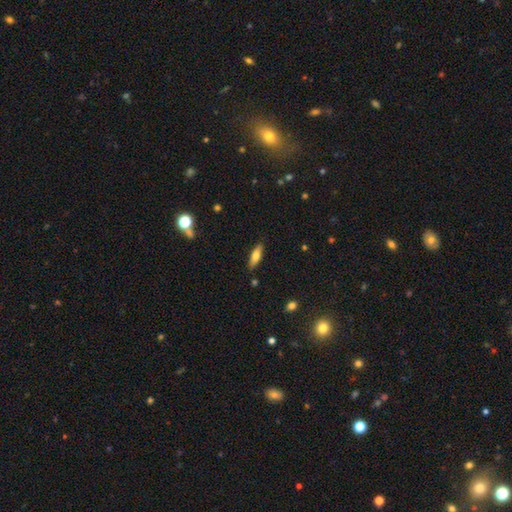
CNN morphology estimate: type=smooth (65%); roundness=in between (50%); merging=none (86%).